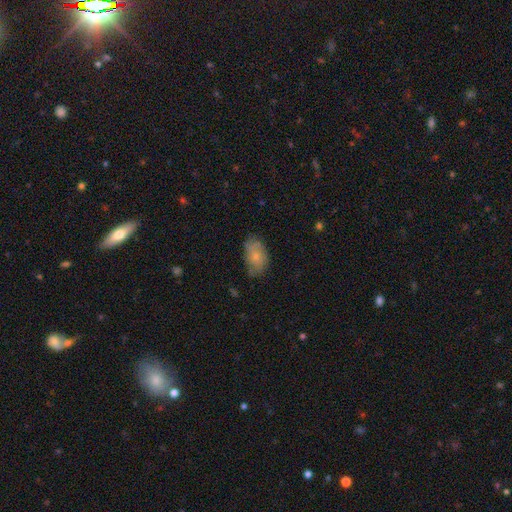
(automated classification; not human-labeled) This is likely a smooth galaxy (67%). How rounded: clearly in between (89%). Merging: likely none (66%).